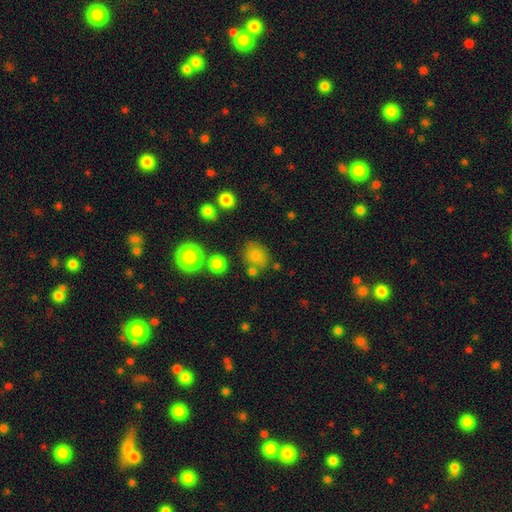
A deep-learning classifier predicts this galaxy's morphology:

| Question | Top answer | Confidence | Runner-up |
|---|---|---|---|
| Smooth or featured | smooth | 79% | star or artifact (15%) |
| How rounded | round | 60% | in between (38%) |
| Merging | none | 69% | minor disturbance (16%) |